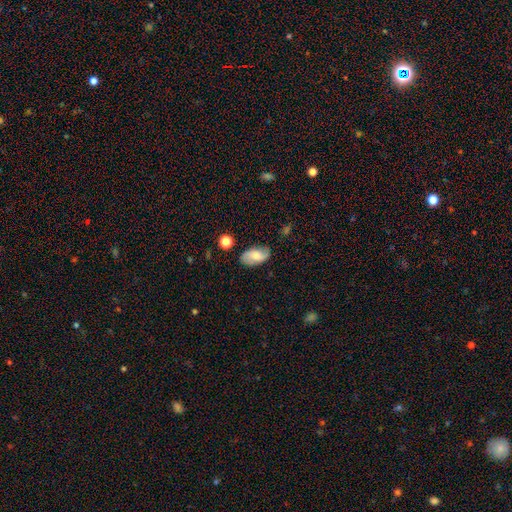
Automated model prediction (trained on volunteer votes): Overall: smooth (46%; featured or disk 45%). Merging: none (77%).